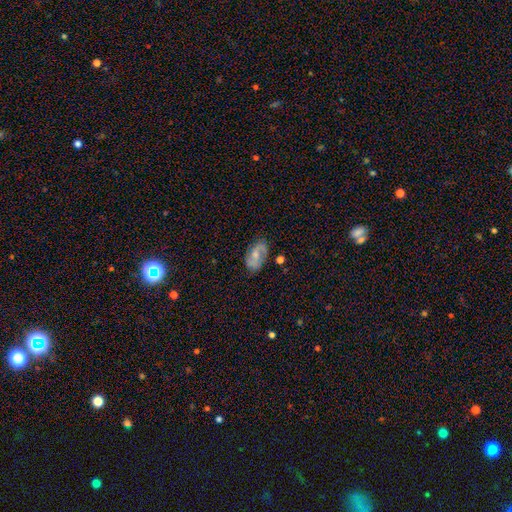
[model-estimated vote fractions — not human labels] Morphology: type=featured or disk (59%); edge-on=no (96%); bar=no (45%); spiral arms=yes (84%); bulge=moderate (49%); merging=none (75%).